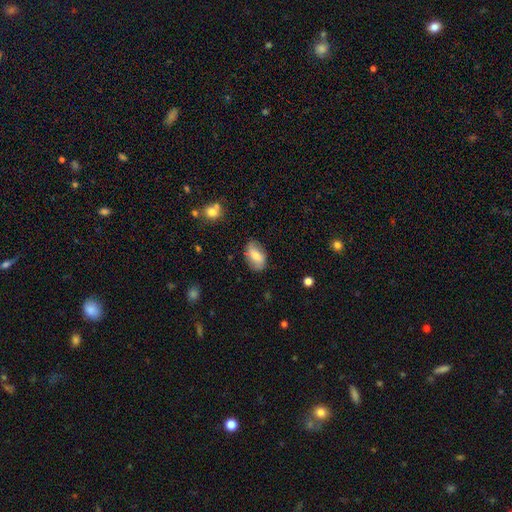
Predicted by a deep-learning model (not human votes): Q: Smooth or featured?
A: smooth (68%); runner-up: featured or disk (25%)
Q: How rounded?
A: in between (90%); runner-up: round (7%)
Q: Merging?
A: none (79%); runner-up: minor disturbance (16%)